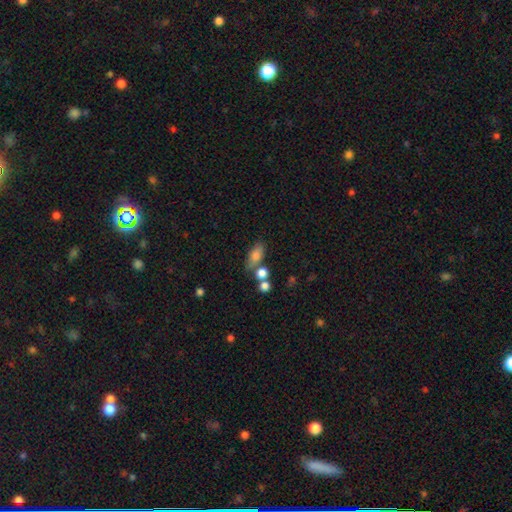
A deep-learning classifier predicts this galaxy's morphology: Smooth or featured? smooth (78%)
How rounded? in between (77%)
Merging? none (59%)